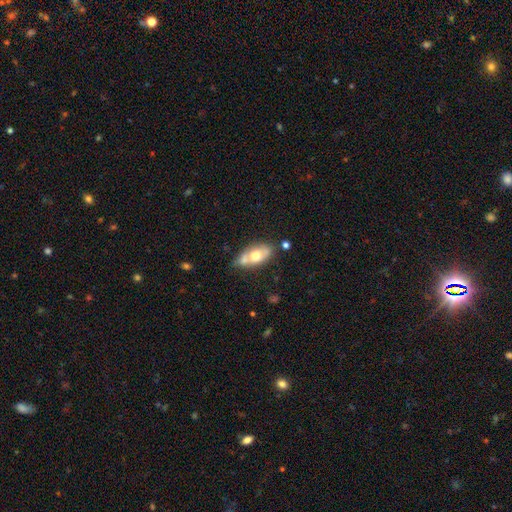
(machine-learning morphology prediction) This is possibly a smooth galaxy (55%). How rounded: clearly in between (85%). Merging: possibly none (56%).